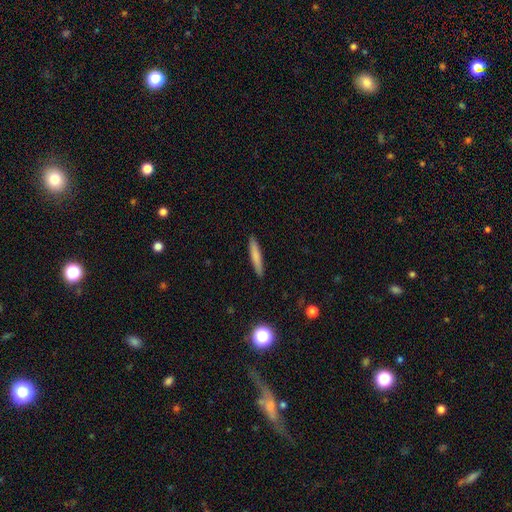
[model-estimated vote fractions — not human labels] The model was most divided on "smooth or featured": smooth: 77%, featured or disk: 16%, star or artifact: 6%. More confident: how rounded — cigar-shaped (93%); merging — none (91%).